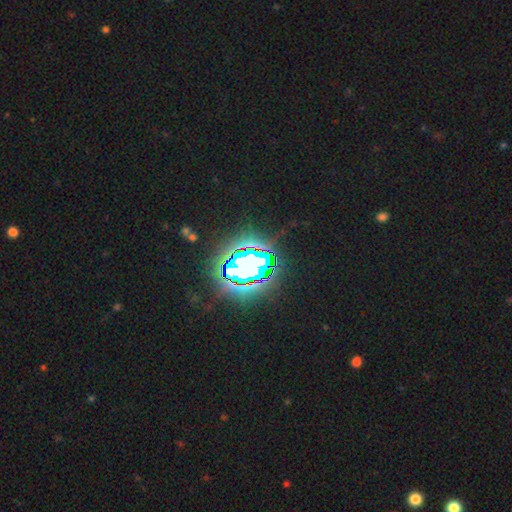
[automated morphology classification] star or artifact 73%, featured or disk 14%, smooth 13%.